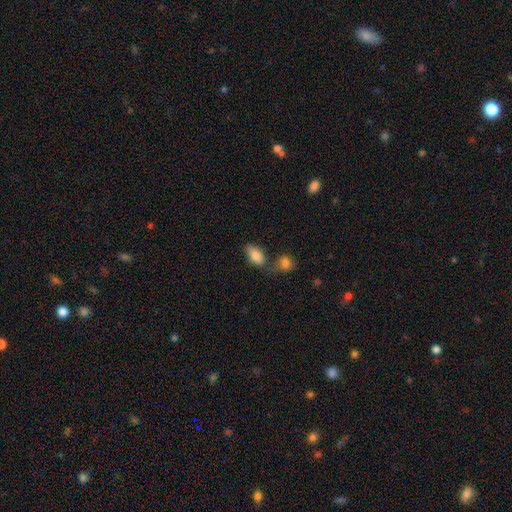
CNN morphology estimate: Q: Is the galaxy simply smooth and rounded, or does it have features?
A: smooth — 84%.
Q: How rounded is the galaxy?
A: in between — 91%.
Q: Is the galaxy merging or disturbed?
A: none — 51%.